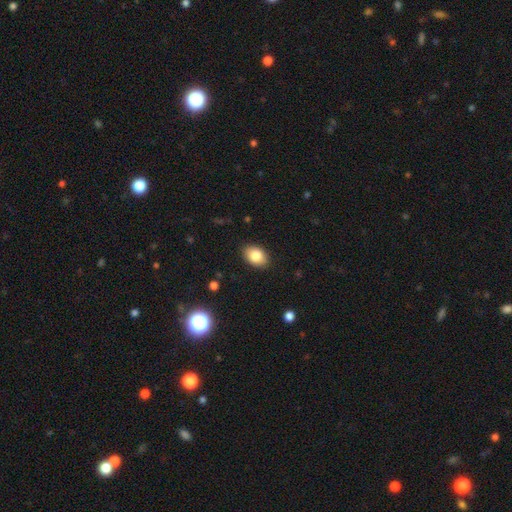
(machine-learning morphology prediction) A smooth galaxy with no disk features (84%) that is in between round and cigar-shaped (82%).

Vote fractions:
- Smooth or featured? smooth: 84% / featured or disk: 8% / star or artifact: 8%
- How rounded? in between: 82% / round: 17% / cigar-shaped: 1%
- Merging? none: 88% / minor disturbance: 9% / major disturbance: 2% / merger: 1%